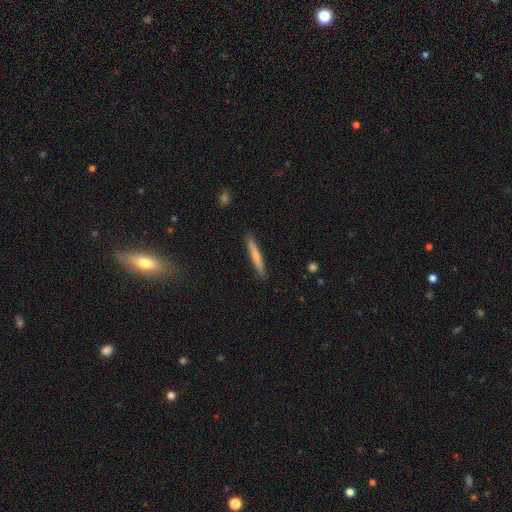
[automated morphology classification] A smooth galaxy with no disk features (70%) that is cigar-shaped (96%).

Vote fractions:
- Smooth or featured? smooth: 70% / featured or disk: 25% / star or artifact: 6%
- How rounded? cigar-shaped: 96% / in between: 3% / round: 1%
- Merging? none: 90% / minor disturbance: 7% / major disturbance: 2% / merger: 1%